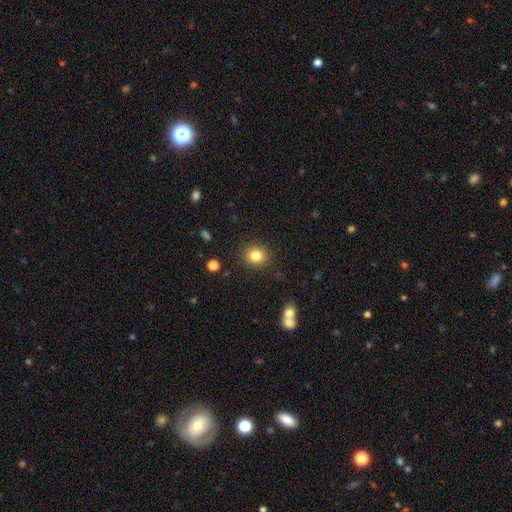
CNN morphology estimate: The model was most divided on "how rounded": round: 84%, in between: 15%, cigar-shaped: 1%. More confident: merging — none (89%); smooth or featured — smooth (83%).